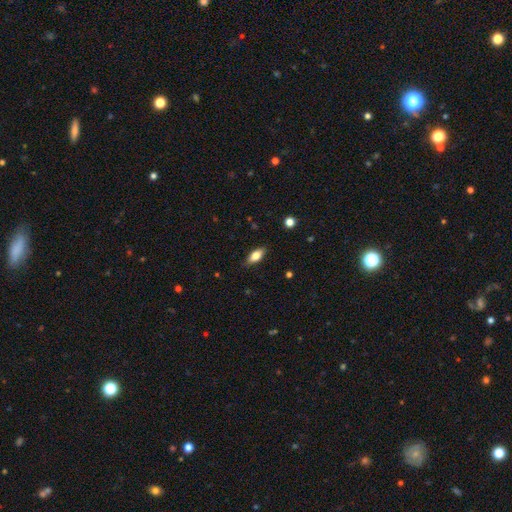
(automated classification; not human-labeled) Overall: smooth (78%). How rounded: in between (85%). Merging: none (86%).